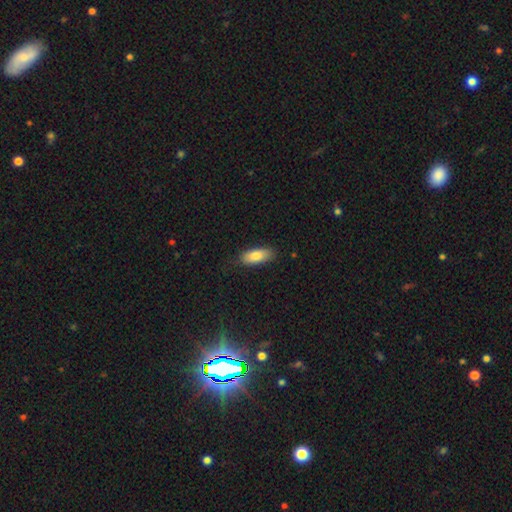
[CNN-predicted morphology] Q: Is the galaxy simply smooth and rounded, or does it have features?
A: smooth — 82%.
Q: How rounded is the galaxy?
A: in between — 80%.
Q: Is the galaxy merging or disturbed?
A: none — 82%.